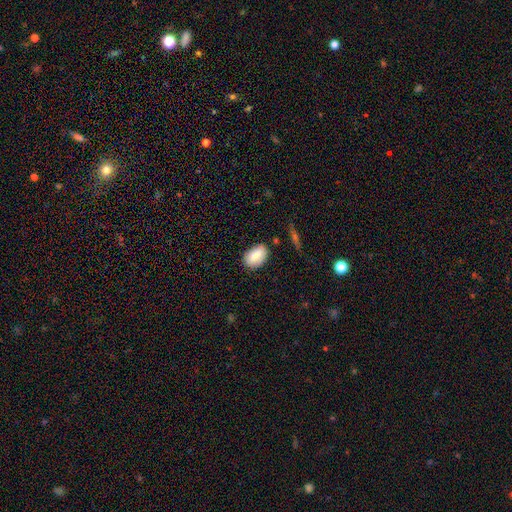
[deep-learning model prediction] The model was most divided on "merging": none: 82%, minor disturbance: 13%, major disturbance: 3%, merger: 2%. More confident: how rounded — in between (89%); smooth or featured — smooth (81%).